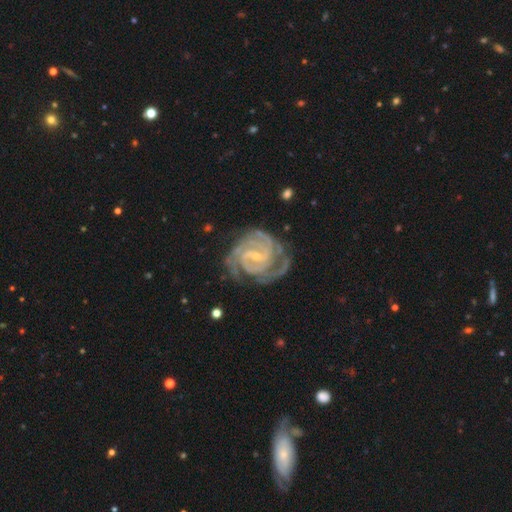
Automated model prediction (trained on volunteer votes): The model was most divided on "spiral arm count": 2: 32%, 3: 31%, 4: 15%, can't tell: 12%, more than 4: 5%, 1: 5%. Remaining: spiral arms — yes (99%); edge-on disk — no (98%); smooth or featured — featured or disk (92%); bulge size — small (76%); spiral winding — tight (74%); merging — none (71%); bar — weak (48%).